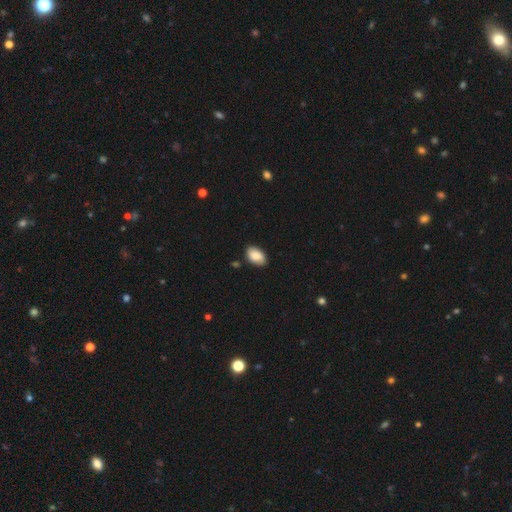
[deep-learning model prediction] smooth 86%, featured or disk 8%, star or artifact 7%. Down the decision tree: how rounded — in between (91%); merging — none (85%).